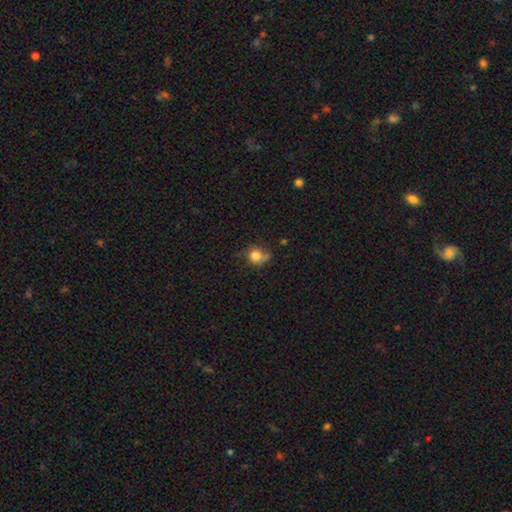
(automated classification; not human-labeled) smooth-or-featured: smooth: 78% | star or artifact: 11% | featured or disk: 11%
  how-rounded: round: 83% | in between: 16% | cigar-shaped: 1%
  merging: none: 56% | minor disturbance: 25% | major disturbance: 10% | merger: 9%